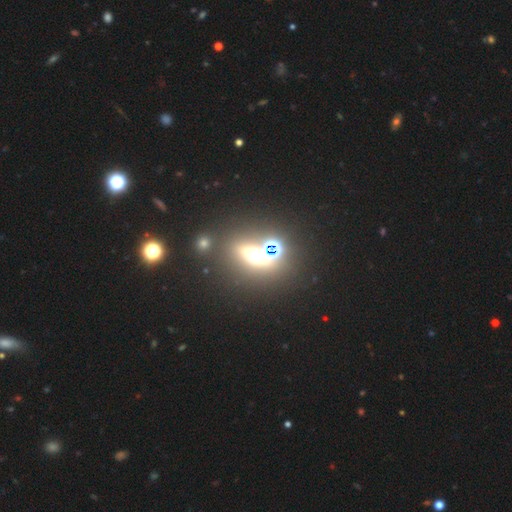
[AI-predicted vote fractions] A star or artifact, not a galaxy (48%).

Vote fractions:
- Smooth or featured? star or artifact: 48% / smooth: 30% / featured or disk: 22%